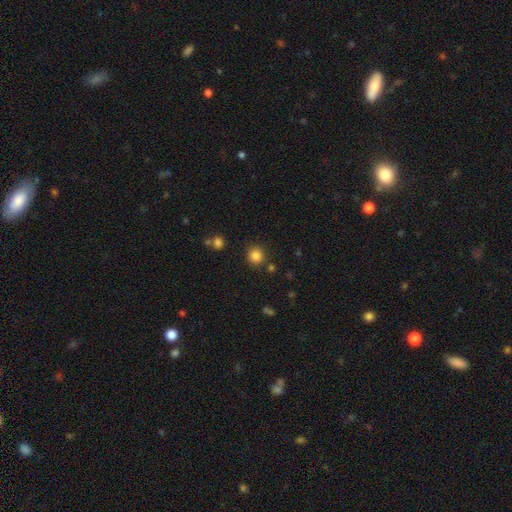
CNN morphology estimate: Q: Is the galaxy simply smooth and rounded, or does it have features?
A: smooth — 85%.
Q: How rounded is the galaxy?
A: round — 89%.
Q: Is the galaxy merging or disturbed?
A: none — 84%.